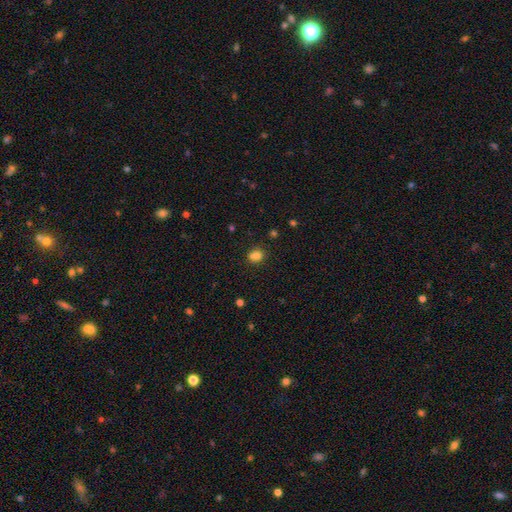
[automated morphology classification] A smooth galaxy with no disk features (80%) that is round (55%). Merging: none (69%).